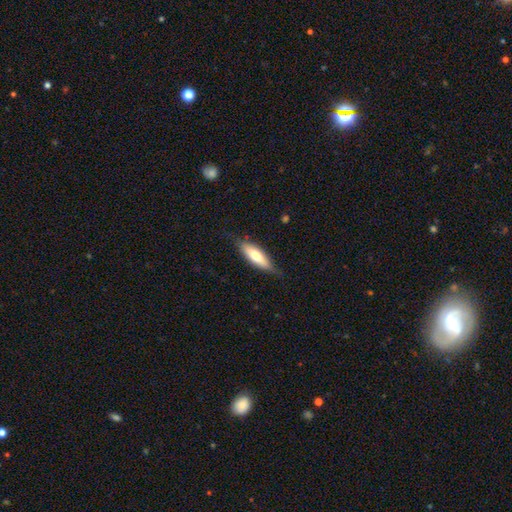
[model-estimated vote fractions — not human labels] smooth_or_featured: smooth (p=0.68) [alt: featured or disk p=0.26]
how_rounded: in between (p=0.50) [alt: cigar-shaped p=0.48]
merging: none (p=0.76) [alt: minor disturbance p=0.19]